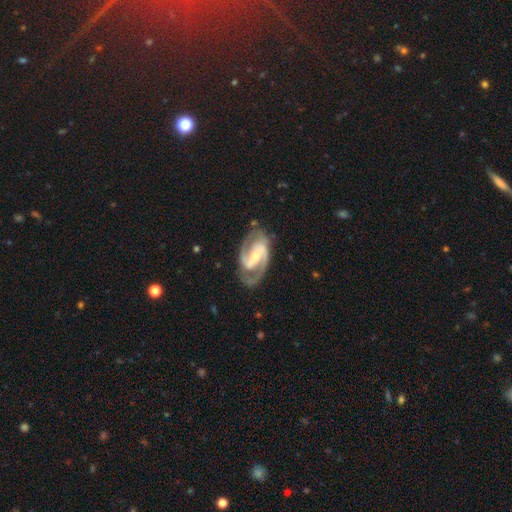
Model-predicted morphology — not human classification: featured or disk 91%, smooth 5%, star or artifact 4%. Down the decision tree: edge-on disk — no (97%); bar — strong (42%); spiral arms — yes (98%); spiral arm count — 2 (90%); spiral winding — medium (57%); bulge size — small (55%); merging — none (74%).